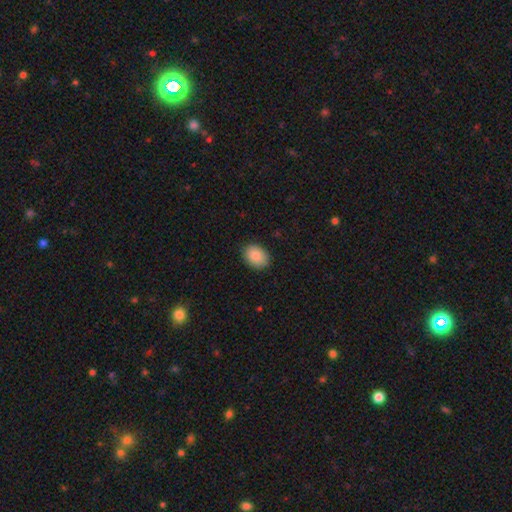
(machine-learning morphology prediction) A smooth galaxy with no disk features (90%) that is in between round and cigar-shaped (75%).

Vote fractions:
- Smooth or featured? smooth: 90% / star or artifact: 7% / featured or disk: 3%
- How rounded? in between: 75% / round: 24% / cigar-shaped: 1%
- Merging? none: 87% / minor disturbance: 10% / major disturbance: 2% / merger: 1%